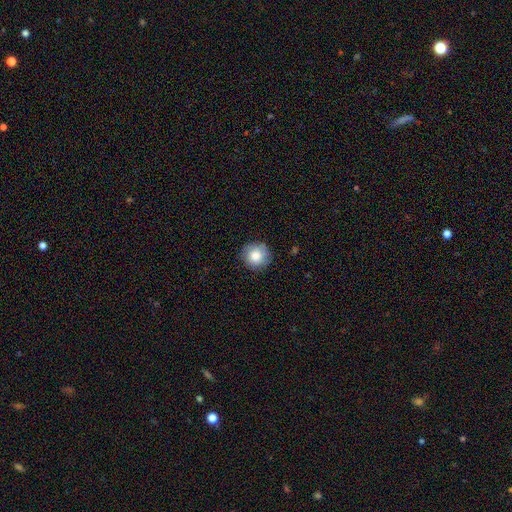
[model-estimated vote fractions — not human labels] A smooth galaxy with no disk features (78%) that is round (92%). Merging: none (83%).